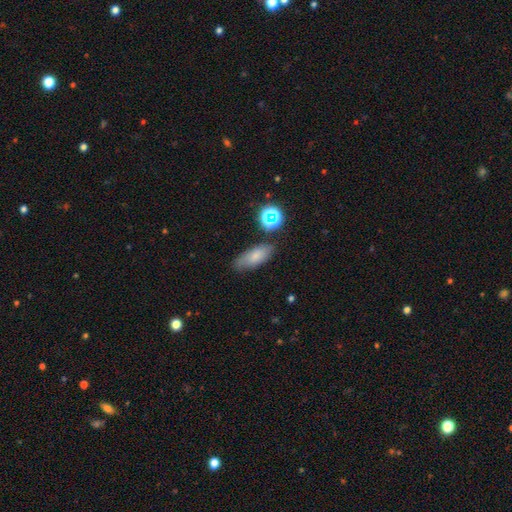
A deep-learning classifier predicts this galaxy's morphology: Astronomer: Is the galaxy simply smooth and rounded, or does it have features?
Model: smooth — 71%.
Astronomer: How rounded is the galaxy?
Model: in between — 77%.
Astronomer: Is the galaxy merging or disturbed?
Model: none — 71%.